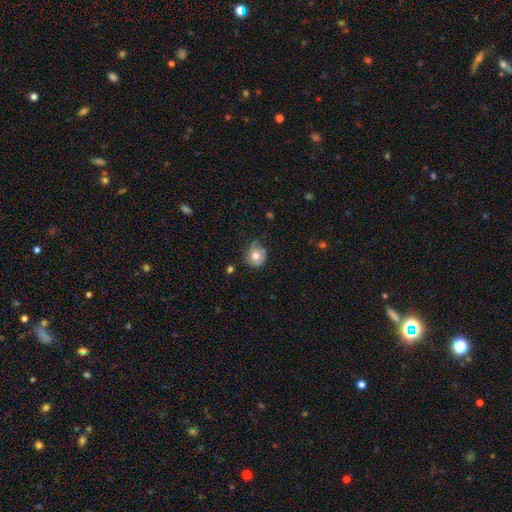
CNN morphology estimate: type=smooth (68%); roundness=round (78%); merging=none (55%).